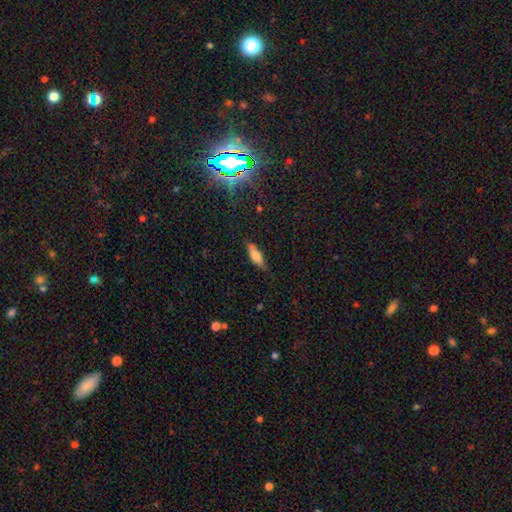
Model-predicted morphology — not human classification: Q: Smooth or featured?
A: smooth (65%); runner-up: featured or disk (28%)
Q: How rounded?
A: in between (49%); runner-up: cigar-shaped (48%)
Q: Merging?
A: none (77%); runner-up: minor disturbance (16%)